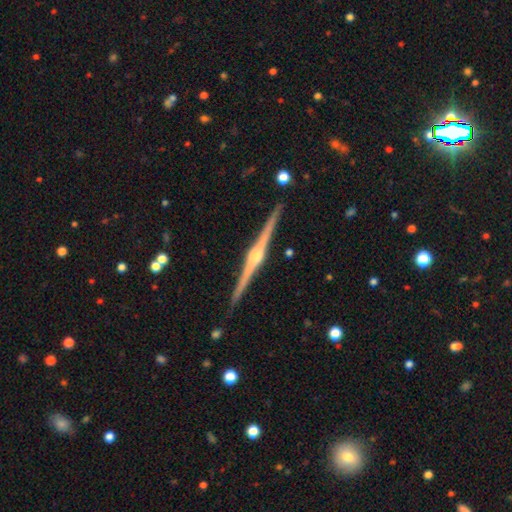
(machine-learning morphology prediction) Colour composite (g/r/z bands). It shows a featured or disk galaxy (90%) viewed edge-on (99%) with a rounded central bulge (91%). Merging: none (93%).